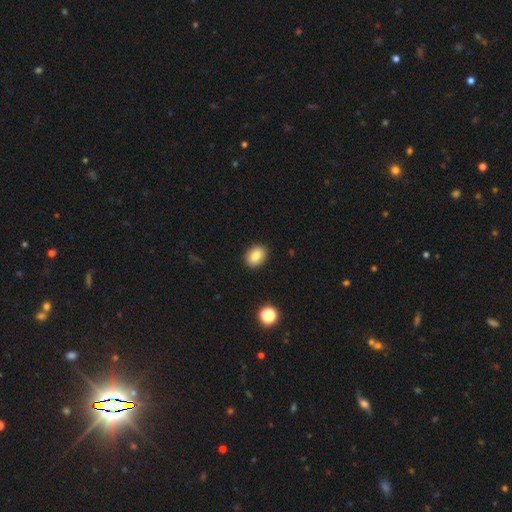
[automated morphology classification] A smooth galaxy with no disk features (85%) that is in between round and cigar-shaped (69%).

Vote fractions:
- Smooth or featured? smooth: 85% / star or artifact: 9% / featured or disk: 6%
- How rounded? in between: 69% / round: 30% / cigar-shaped: 1%
- Merging? none: 90% / minor disturbance: 7% / major disturbance: 2% / merger: 1%